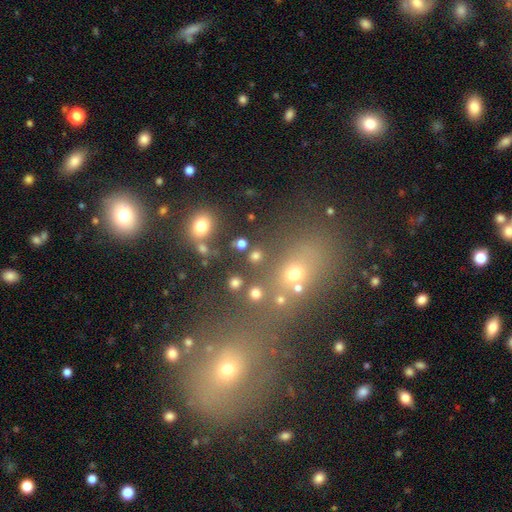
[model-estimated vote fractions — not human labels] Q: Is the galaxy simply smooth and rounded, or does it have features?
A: smooth — 72%.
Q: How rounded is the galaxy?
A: round — 78%.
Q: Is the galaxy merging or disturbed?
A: none — 74%.